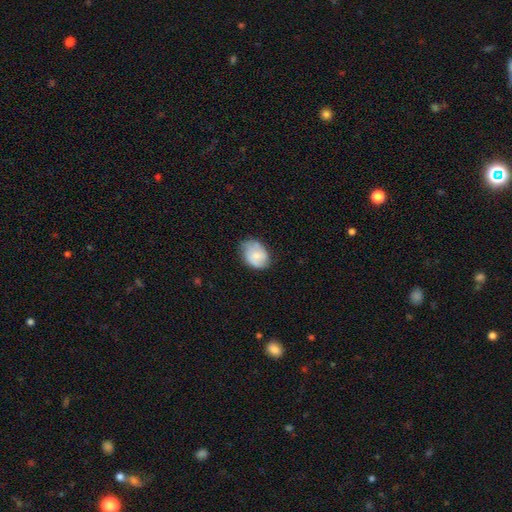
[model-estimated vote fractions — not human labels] Morphology: type=smooth (67%); roundness=in between (67%); merging=none (63%).